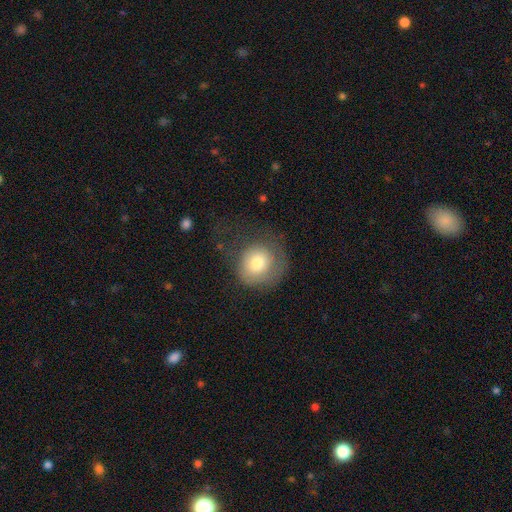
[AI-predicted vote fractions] A smooth galaxy with no disk features (66%) that is round (82%). Merging: none (51%).